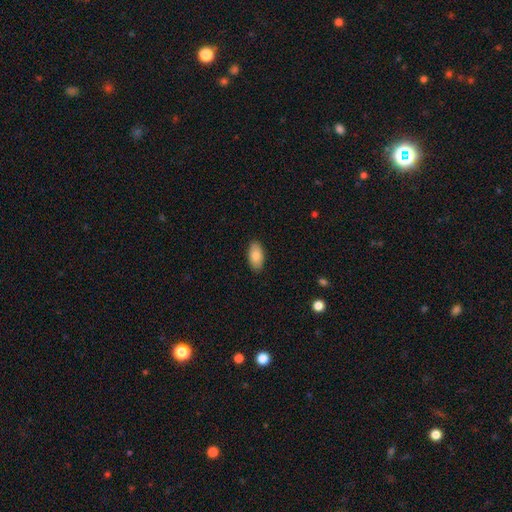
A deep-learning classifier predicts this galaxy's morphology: Smooth or featured? smooth (81%)
How rounded? in between (94%)
Merging? none (89%)